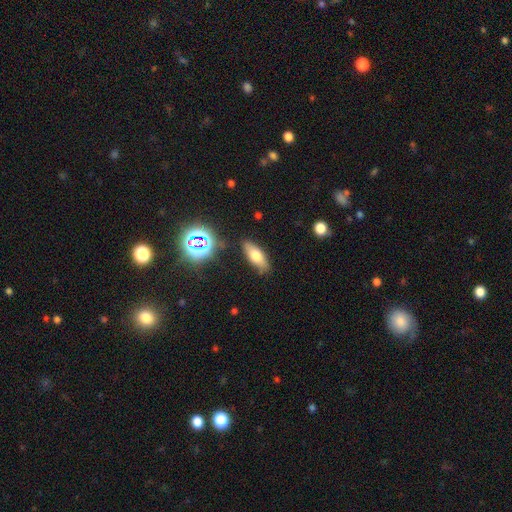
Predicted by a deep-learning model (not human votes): This appears to be a smooth galaxy with no disk features (65%) that is in between round and cigar-shaped (71%). Merging: none (82%).